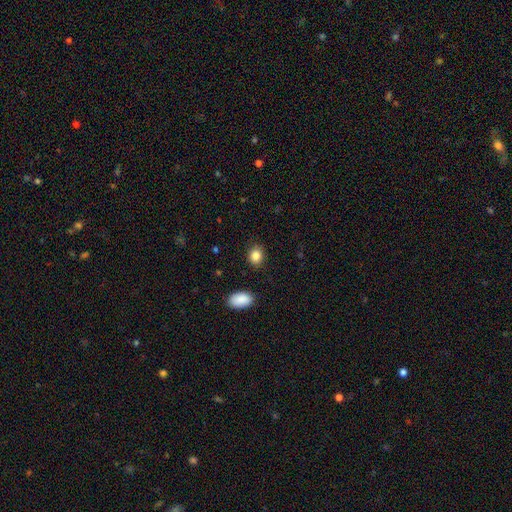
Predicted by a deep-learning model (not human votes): Smooth or featured: smooth — 86% (star or artifact — 9%)
How rounded: in between — 51% (round — 48%)
Merging: none — 86% (minor disturbance — 10%)